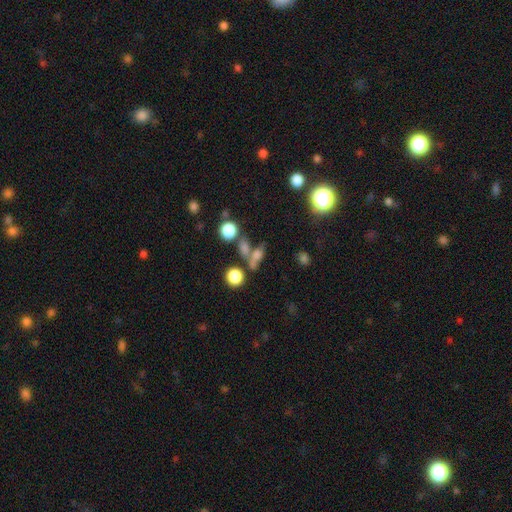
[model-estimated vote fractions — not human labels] Morphology: type=smooth (61%); roundness=in between (51%); merging=none (41%).